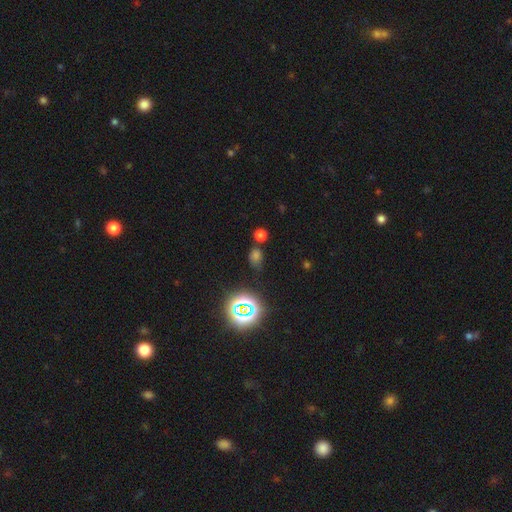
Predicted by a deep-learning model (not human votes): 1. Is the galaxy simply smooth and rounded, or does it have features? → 52% smooth, 39% star or artifact, 9% featured or disk.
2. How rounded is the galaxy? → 49% round, 48% in between, 3% cigar-shaped.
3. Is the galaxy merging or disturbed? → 65% none, 15% minor disturbance, 13% merger, 7% major disturbance.